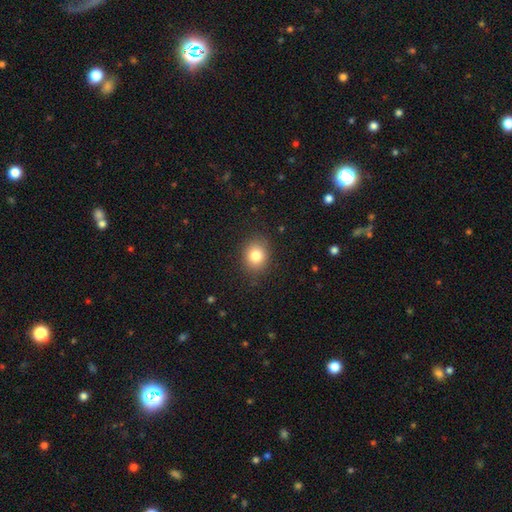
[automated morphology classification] Q: Smooth or featured?
A: smooth (82%); runner-up: star or artifact (10%)
Q: How rounded?
A: round (63%); runner-up: in between (36%)
Q: Merging?
A: none (86%); runner-up: minor disturbance (10%)